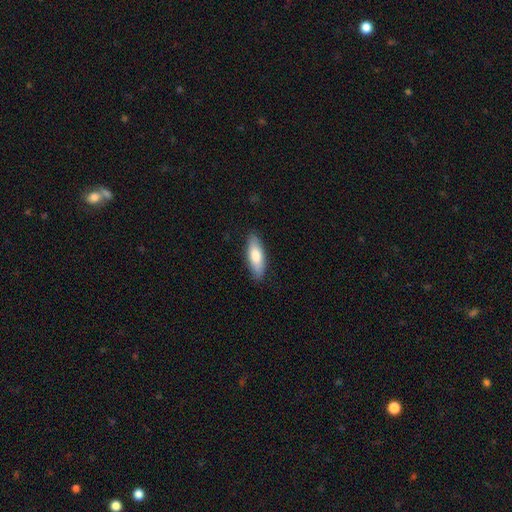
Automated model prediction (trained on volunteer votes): The model was most divided on "how rounded": in between: 63%, cigar-shaped: 35%, round: 2%. More confident: merging — none (86%); smooth or featured — smooth (77%).